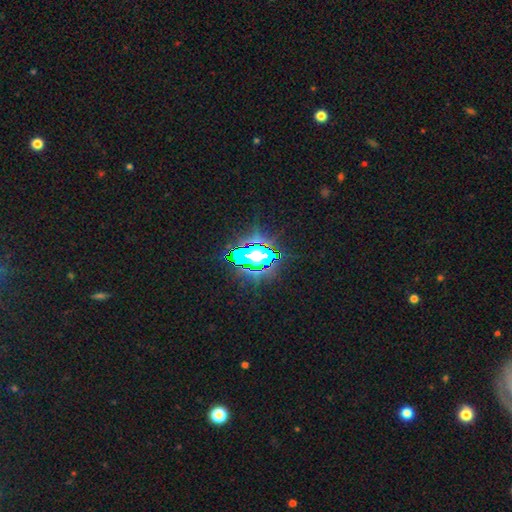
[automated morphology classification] smooth-or-featured: star or artifact: 66% | smooth: 20% | featured or disk: 15%